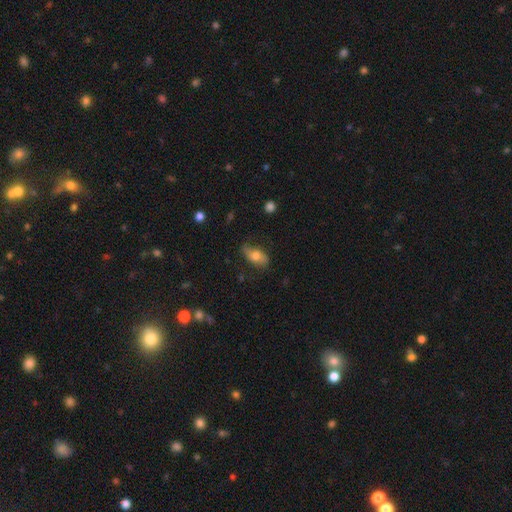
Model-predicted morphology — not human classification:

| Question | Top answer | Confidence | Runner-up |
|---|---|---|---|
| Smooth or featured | smooth | 58% | featured or disk (34%) |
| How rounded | in between | 86% | cigar-shaped (7%) |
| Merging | none | 65% | minor disturbance (25%) |